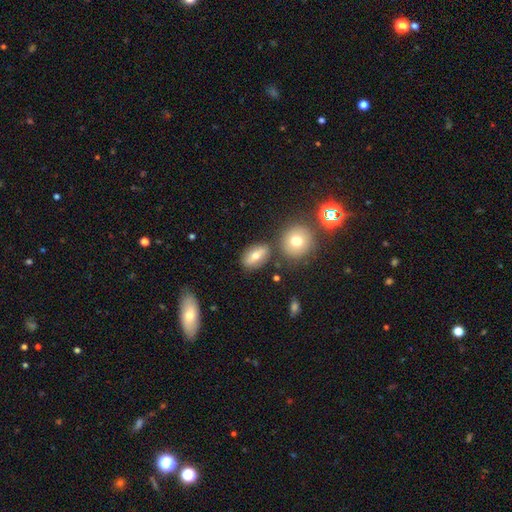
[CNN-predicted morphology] This appears to be a smooth galaxy with no disk features (62%) that is in between round and cigar-shaped (75%). Merging: none (75%).